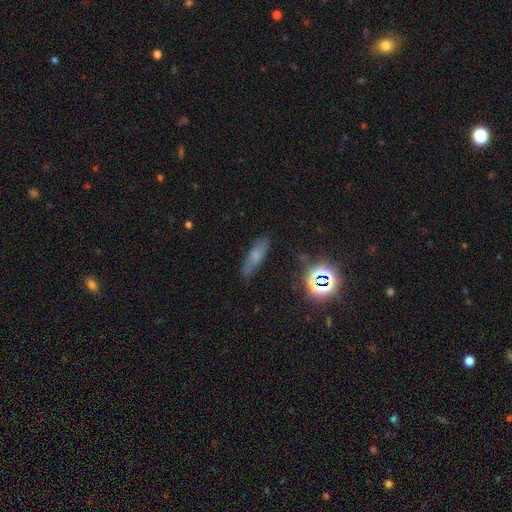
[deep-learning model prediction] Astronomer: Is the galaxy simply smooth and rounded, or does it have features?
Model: smooth — 60%.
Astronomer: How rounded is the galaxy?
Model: cigar-shaped — 51% (runner-up: in between, 45%).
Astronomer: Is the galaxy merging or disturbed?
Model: none — 77%.